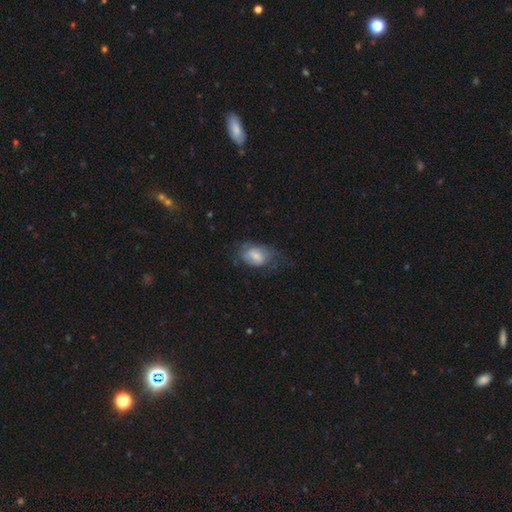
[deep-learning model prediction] A smooth galaxy with no disk features (57%) that is in between round and cigar-shaped (84%). Merging: none (42%).